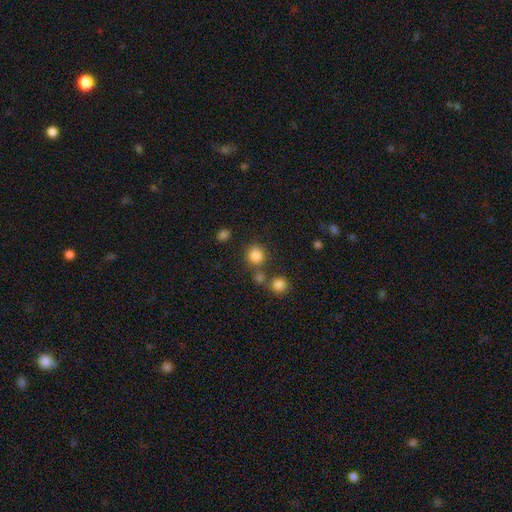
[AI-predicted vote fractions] Morphology: type=smooth (83%); roundness=round (88%); merging=none (72%).